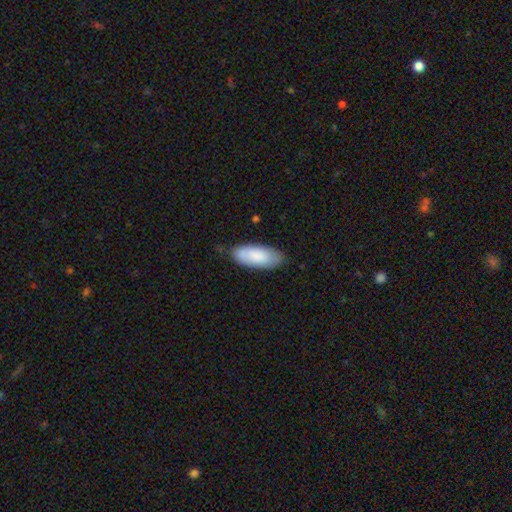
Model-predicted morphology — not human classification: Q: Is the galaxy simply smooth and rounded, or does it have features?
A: smooth — 84%.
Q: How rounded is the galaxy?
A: in between — 86%.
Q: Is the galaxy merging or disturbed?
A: none — 81%.